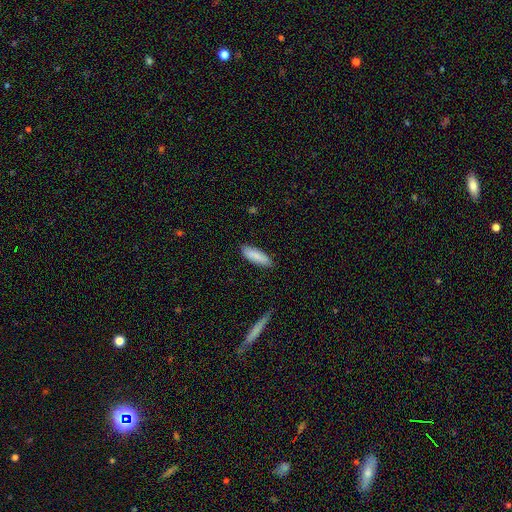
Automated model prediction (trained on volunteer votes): Q: Smooth or featured?
A: smooth (85%); runner-up: featured or disk (9%)
Q: How rounded?
A: in between (63%); runner-up: cigar-shaped (36%)
Q: Merging?
A: none (84%); runner-up: minor disturbance (12%)